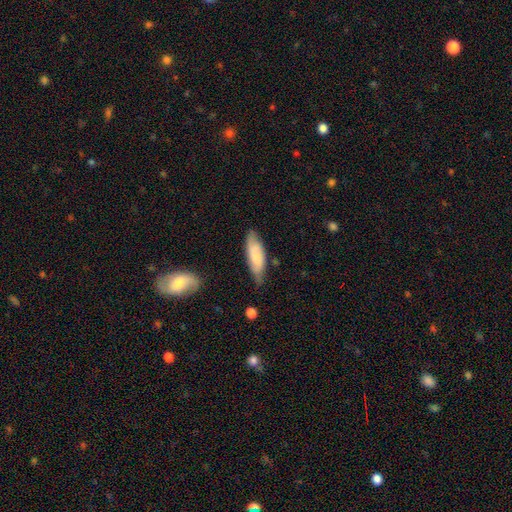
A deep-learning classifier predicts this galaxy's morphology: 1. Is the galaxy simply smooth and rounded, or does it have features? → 68% smooth, 25% featured or disk, 6% star or artifact.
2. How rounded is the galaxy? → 59% in between, 39% cigar-shaped, 2% round.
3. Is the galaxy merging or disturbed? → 66% none, 27% minor disturbance, 5% major disturbance, 2% merger.